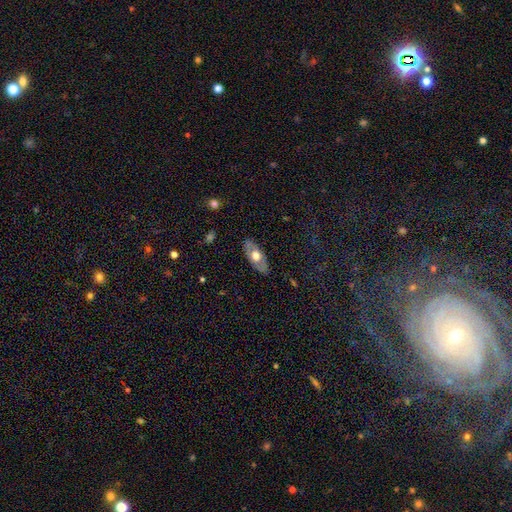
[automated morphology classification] Smooth or featured?
  - smooth: 49% *
  - featured or disk: 46%
  - star or artifact: 6%
Merging?
  - none: 84% *
  - minor disturbance: 13%
  - major disturbance: 3%
  - merger: 1%